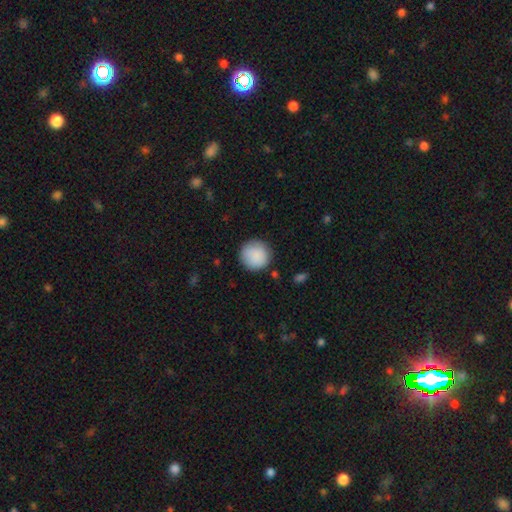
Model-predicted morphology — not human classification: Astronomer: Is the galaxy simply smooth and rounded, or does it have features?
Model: smooth — 89%.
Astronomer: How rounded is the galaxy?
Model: round — 95%.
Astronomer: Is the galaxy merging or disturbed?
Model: none — 86%.